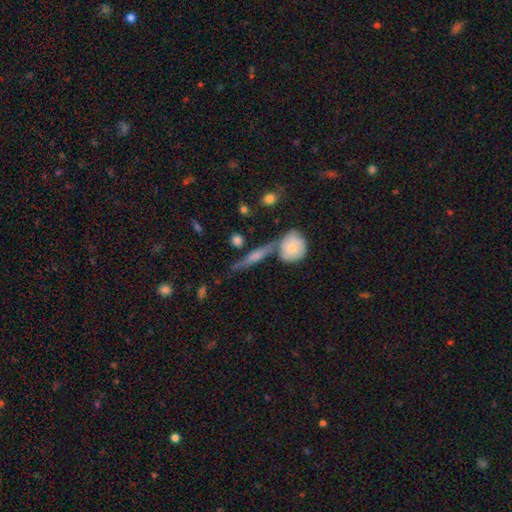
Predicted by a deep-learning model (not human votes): This appears to be a featured or disk galaxy (54%) viewed edge-on (83%). Merging: none (59%).